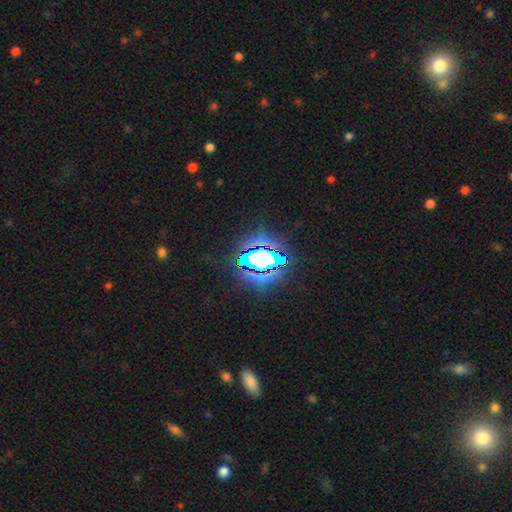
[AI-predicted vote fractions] A star or artifact, not a galaxy (67%).

Vote fractions:
- Smooth or featured? star or artifact: 67% / smooth: 18% / featured or disk: 14%